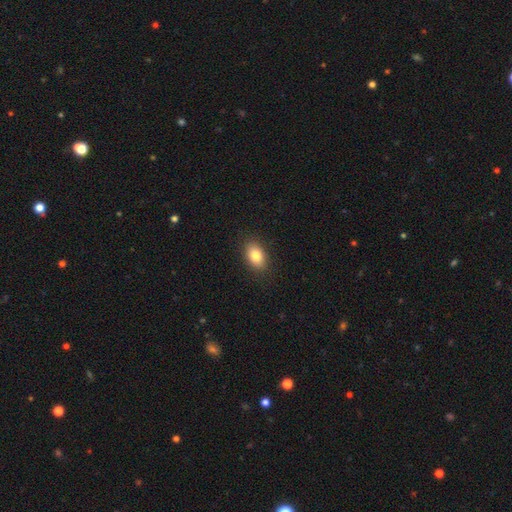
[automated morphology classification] A smooth galaxy with no disk features (83%) that is in between round and cigar-shaped (87%). Merging: none (88%).